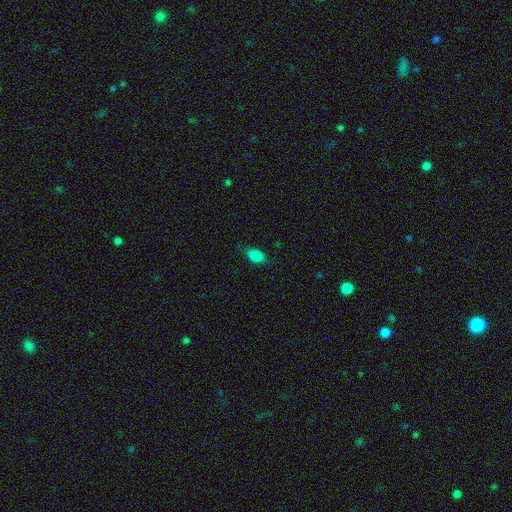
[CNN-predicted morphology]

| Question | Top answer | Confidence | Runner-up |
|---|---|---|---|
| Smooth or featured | smooth | 85% | star or artifact (9%) |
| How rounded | in between | 89% | round (7%) |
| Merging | none | 76% | minor disturbance (19%) |